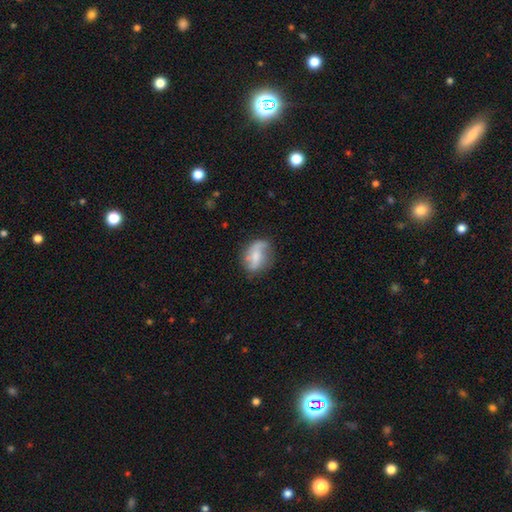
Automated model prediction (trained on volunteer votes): Q: Smooth or featured?
A: featured or disk (55%); runner-up: smooth (37%)
Q: Edge-on disk?
A: no (95%); runner-up: yes (5%)
Q: Bar?
A: weak (40%); tied with: no (40%)
Q: Spiral arms?
A: yes (80%); runner-up: no (20%)
Q: Bulge size?
A: small (42%); runner-up: moderate (34%)
Q: Merging?
A: none (60%); runner-up: minor disturbance (25%)